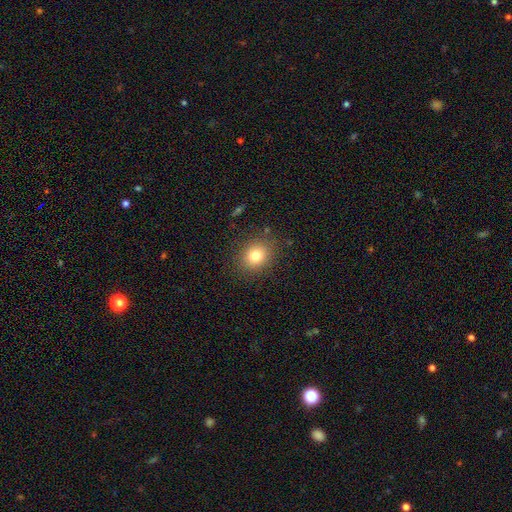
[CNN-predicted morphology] A smooth galaxy with no disk features (79%) that is round (65%). Merging: none (86%).